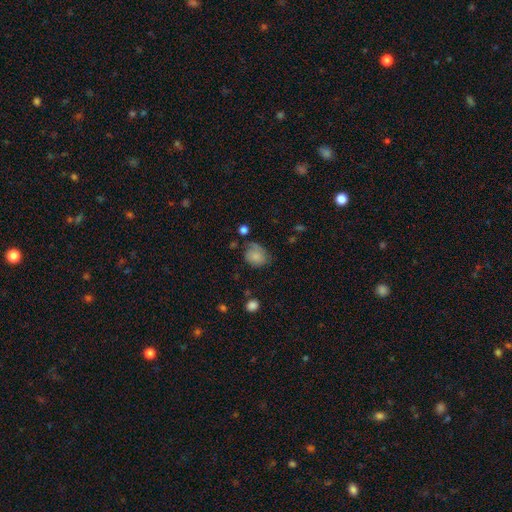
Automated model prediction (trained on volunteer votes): A smooth galaxy with no disk features (73%) that is round (56%). Merging: none (49%).